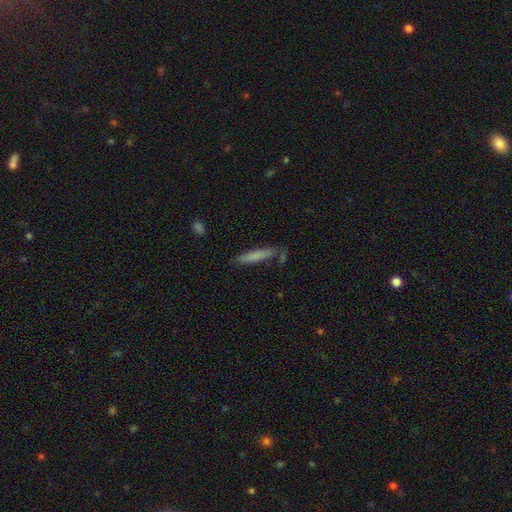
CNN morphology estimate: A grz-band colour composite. It shows a smooth galaxy with no disk features (74%) that is cigar-shaped (92%). Merging: none (75%).